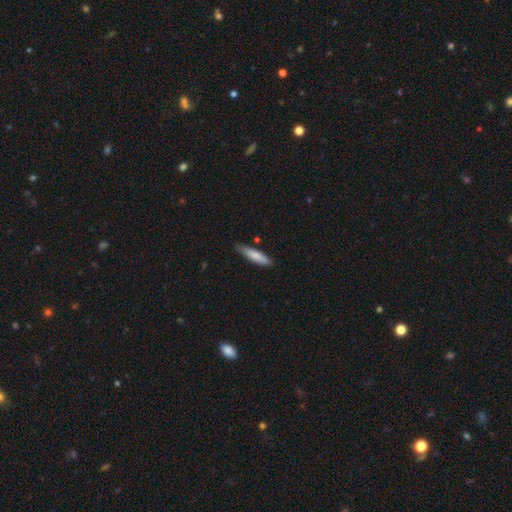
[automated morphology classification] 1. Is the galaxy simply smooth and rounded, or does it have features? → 77% smooth, 17% featured or disk, 5% star or artifact.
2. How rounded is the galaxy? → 80% cigar-shaped, 18% in between, 1% round.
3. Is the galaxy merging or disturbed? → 79% none, 17% minor disturbance, 2% merger, 2% major disturbance.